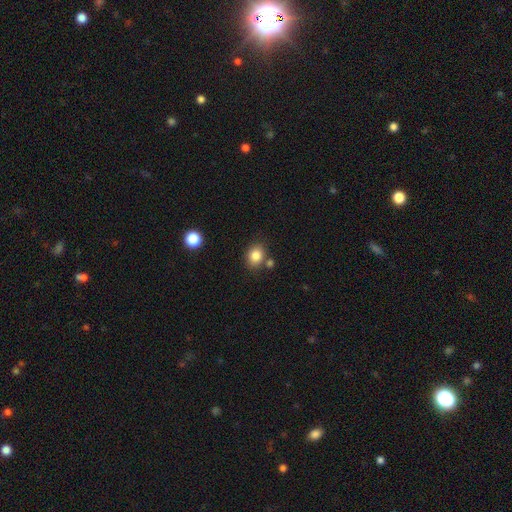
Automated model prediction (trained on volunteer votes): This is clearly a smooth galaxy (84%). How rounded: possibly round (53%). Merging: likely none (74%).